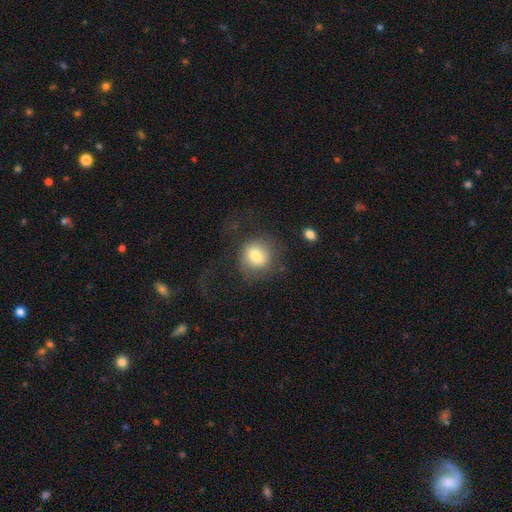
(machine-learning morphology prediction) A smooth galaxy with no disk features (75%) that is round (84%).

Vote fractions:
- Smooth or featured? smooth: 75% / featured or disk: 16% / star or artifact: 10%
- How rounded? round: 84% / in between: 15% / cigar-shaped: 1%
- Merging? none: 58% / major disturbance: 23% / minor disturbance: 16% / merger: 2%